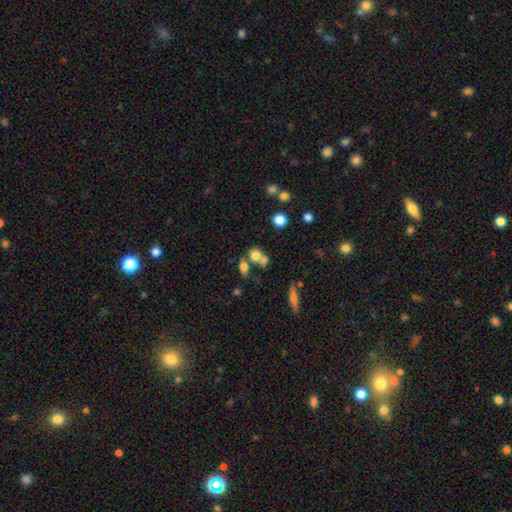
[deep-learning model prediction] smooth-or-featured: smooth: 72% | featured or disk: 15% | star or artifact: 13%
  how-rounded: round: 59% | in between: 38% | cigar-shaped: 3%
  merging: merger: 47% | none: 38% | minor disturbance: 10% | major disturbance: 5%